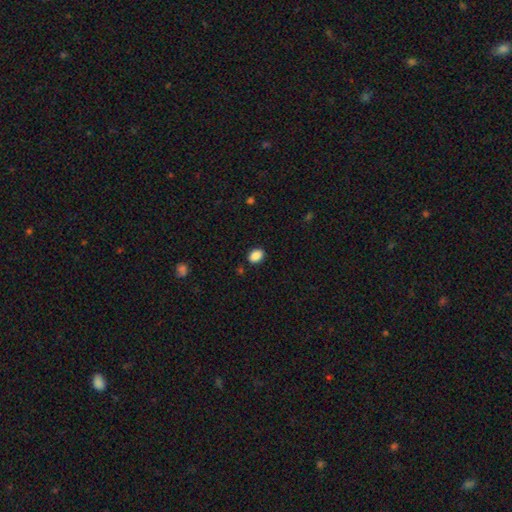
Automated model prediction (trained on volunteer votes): The model was most divided on "how rounded": in between: 73%, round: 26%, cigar-shaped: 1%. More confident: smooth or featured — smooth (88%); merging — none (87%).